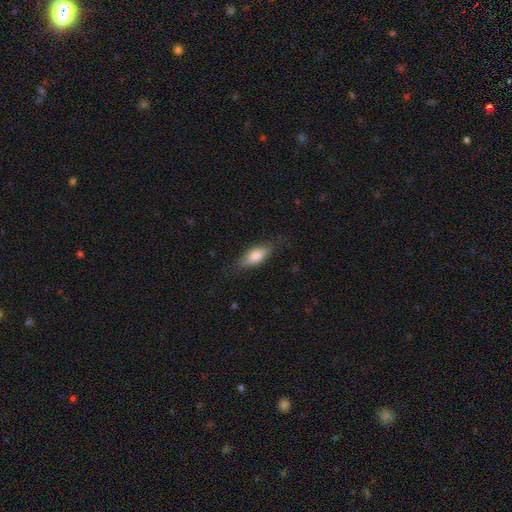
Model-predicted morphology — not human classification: A smooth galaxy with no disk features (76%) that is in between round and cigar-shaped (78%). Merging: none (78%).